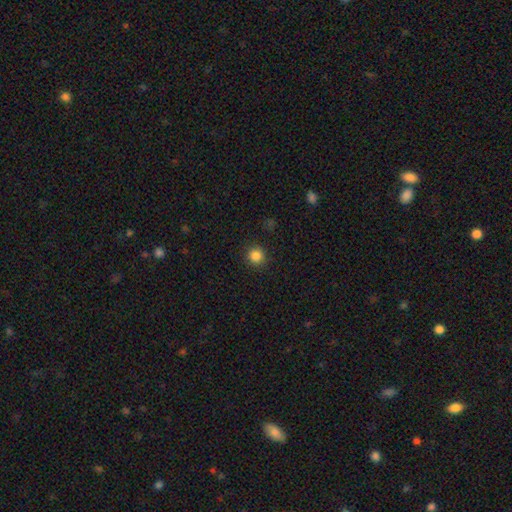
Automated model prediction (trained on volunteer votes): A smooth galaxy with no disk features (84%) that is round (94%).

Vote fractions:
- Smooth or featured? smooth: 84% / star or artifact: 12% / featured or disk: 4%
- How rounded? round: 94% / in between: 5% / cigar-shaped: 1%
- Merging? none: 92% / minor disturbance: 5% / major disturbance: 2% / merger: 1%